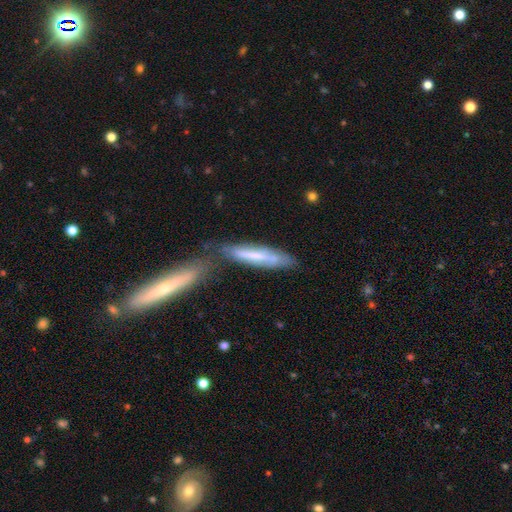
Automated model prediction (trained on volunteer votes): A smooth galaxy with no disk features (51%) that is cigar-shaped (85%).

Vote fractions:
- Smooth or featured? smooth: 51% / featured or disk: 43% / star or artifact: 7%
- How rounded? cigar-shaped: 85% / in between: 14% / round: 1%
- Merging? none: 47% / merger: 28% / minor disturbance: 19% / major disturbance: 7%